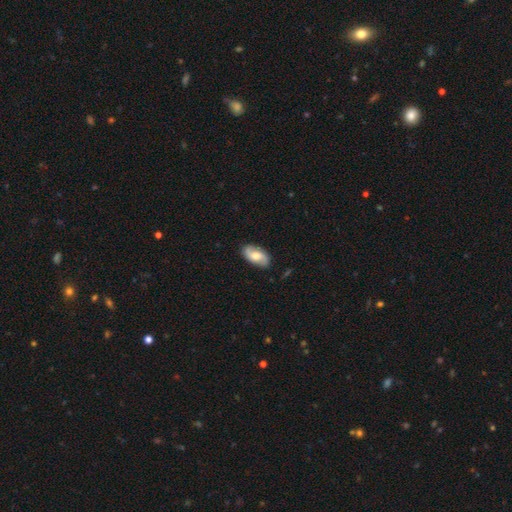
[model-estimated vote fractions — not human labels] A featured or disk galaxy (54%) with no bar (55%), spiral arms (86%) and a moderate central bulge (63%). Merging: none (83%).